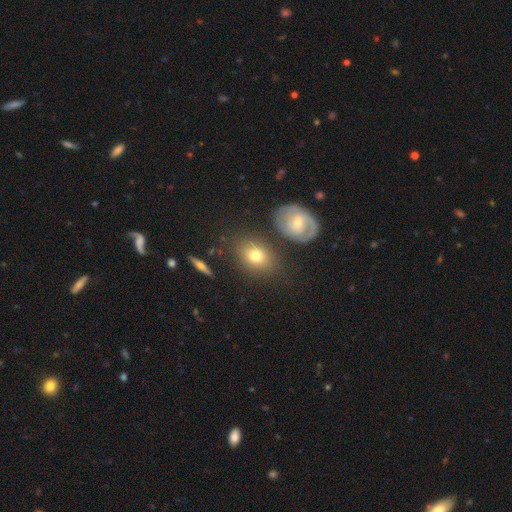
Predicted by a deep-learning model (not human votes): smooth 69%, featured or disk 22%, star or artifact 9%. Down the decision tree: how rounded — in between (64%); merging — none (74%).